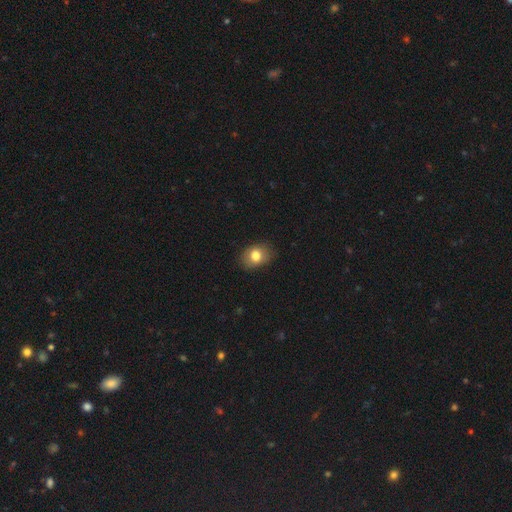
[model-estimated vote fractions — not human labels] The model was most divided on "how rounded": in between: 68%, round: 31%, cigar-shaped: 1%. More confident: merging — none (82%); smooth or featured — smooth (79%).